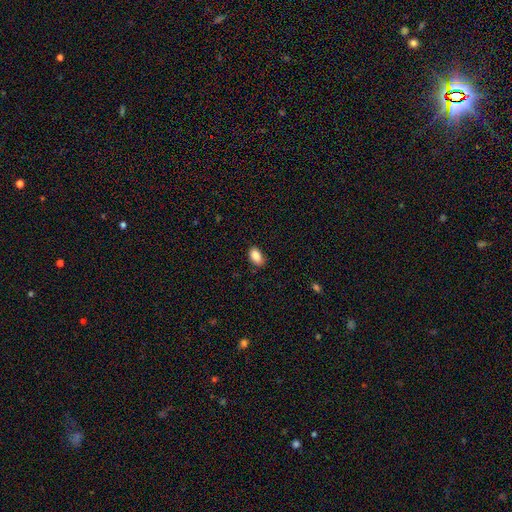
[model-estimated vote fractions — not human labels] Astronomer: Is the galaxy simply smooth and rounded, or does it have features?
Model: smooth — 88%.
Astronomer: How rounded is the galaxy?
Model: in between — 92%.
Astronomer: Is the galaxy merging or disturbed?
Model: none — 83%.